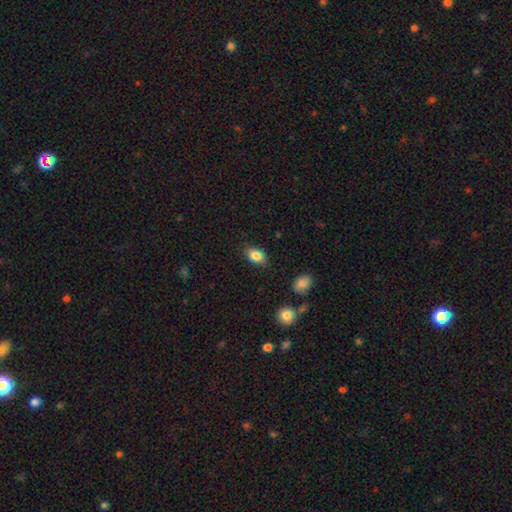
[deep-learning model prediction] Smooth or featured? smooth (85%)
How rounded? in between (86%)
Merging? none (84%)